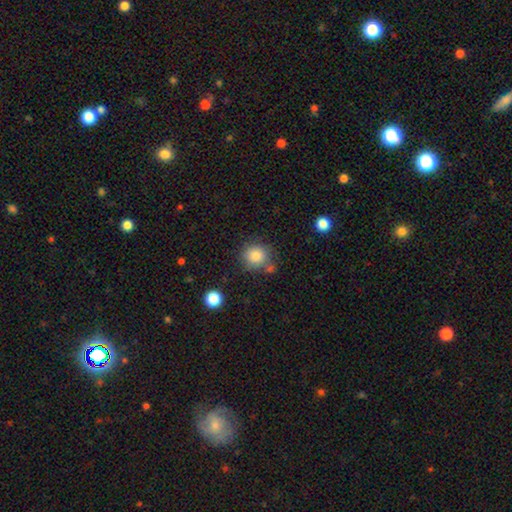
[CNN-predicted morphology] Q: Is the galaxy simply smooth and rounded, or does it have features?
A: smooth — 84%.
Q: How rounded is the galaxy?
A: round — 89%.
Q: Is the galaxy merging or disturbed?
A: none — 70%.